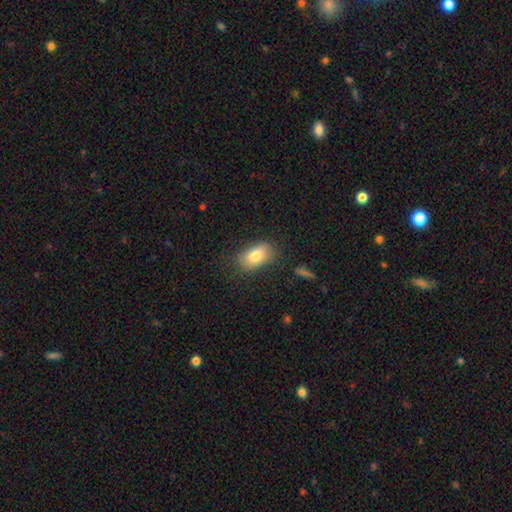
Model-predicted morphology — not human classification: Smooth or featured? smooth (81%)
How rounded? in between (90%)
Merging? none (77%)